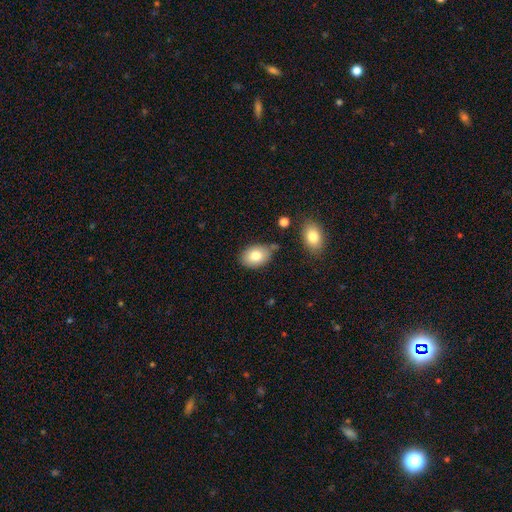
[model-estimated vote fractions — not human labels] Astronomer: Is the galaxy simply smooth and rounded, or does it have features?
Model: smooth — 80%.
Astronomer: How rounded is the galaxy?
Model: in between — 80%.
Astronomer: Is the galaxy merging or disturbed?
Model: none — 73%.